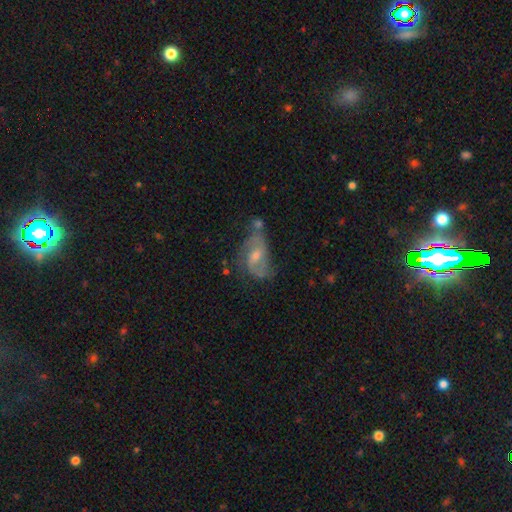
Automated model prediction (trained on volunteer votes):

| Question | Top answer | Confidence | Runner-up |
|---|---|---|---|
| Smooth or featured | featured or disk | 74% | smooth (17%) |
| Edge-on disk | no | 96% | yes (4%) |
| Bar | weak | 50% | no (37%) |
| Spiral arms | yes | 89% | no (11%) |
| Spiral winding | medium | 48% | loose (32%) |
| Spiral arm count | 2 | 77% | can't tell (11%) |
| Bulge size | moderate | 49% | small (40%) |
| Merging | none | 46% | minor disturbance (24%) |